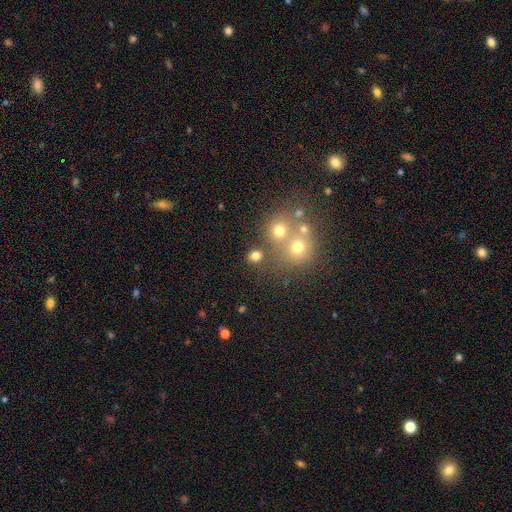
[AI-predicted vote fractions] Overall: smooth (75%). How rounded: round (80%). Merging: none (69%).